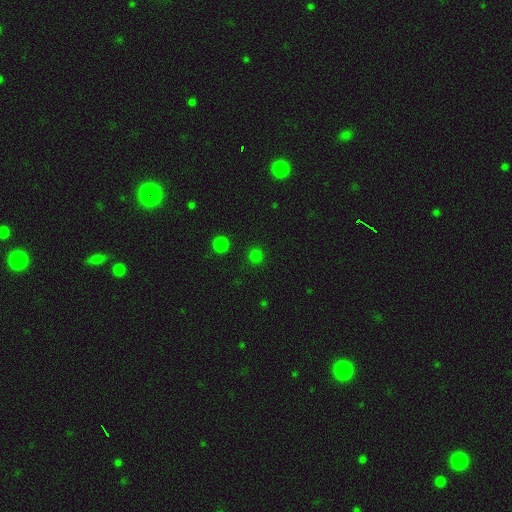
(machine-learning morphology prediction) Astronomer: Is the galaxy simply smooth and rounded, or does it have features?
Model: smooth — 76%.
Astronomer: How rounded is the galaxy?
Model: round — 94%.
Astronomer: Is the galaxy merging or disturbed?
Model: none — 91%.